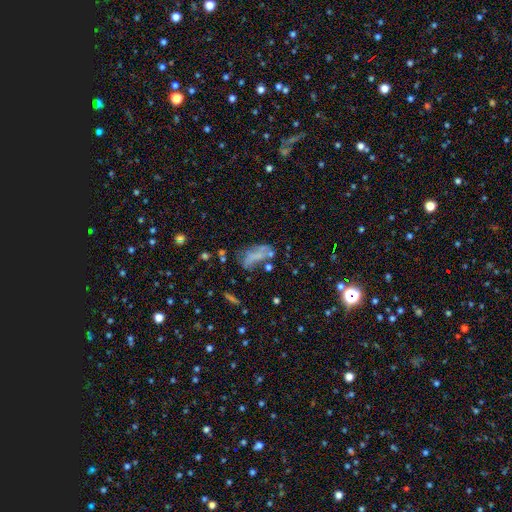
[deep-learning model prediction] A smooth galaxy with no disk features (44%). Merging: none (32%).